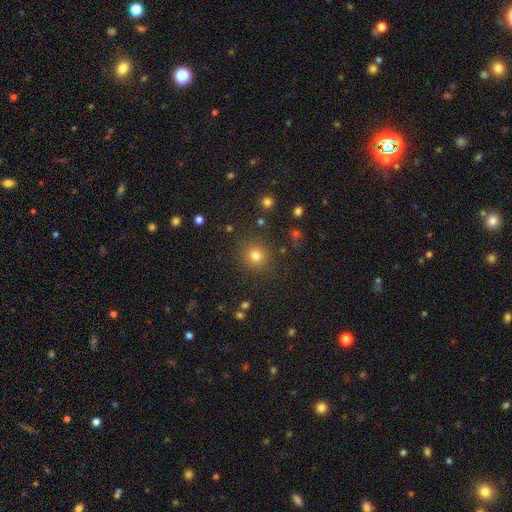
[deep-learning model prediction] Q: Smooth or featured?
A: smooth (78%); runner-up: star or artifact (16%)
Q: How rounded?
A: round (92%); runner-up: in between (7%)
Q: Merging?
A: none (86%); runner-up: minor disturbance (8%)